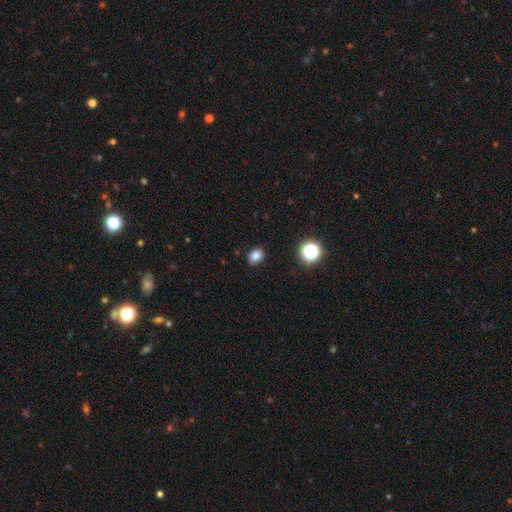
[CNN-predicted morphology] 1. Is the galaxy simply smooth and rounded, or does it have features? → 82% smooth, 13% star or artifact, 5% featured or disk.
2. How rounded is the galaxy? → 63% in between, 36% round, 1% cigar-shaped.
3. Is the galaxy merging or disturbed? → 88% none, 8% minor disturbance, 2% major disturbance, 1% merger.